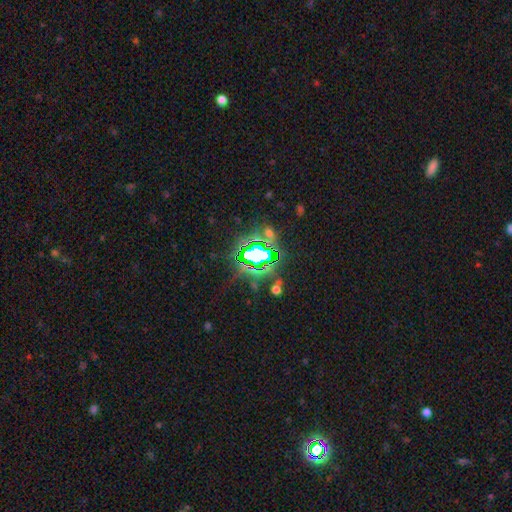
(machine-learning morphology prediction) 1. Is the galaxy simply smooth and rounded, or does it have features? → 75% star or artifact, 14% smooth, 12% featured or disk.